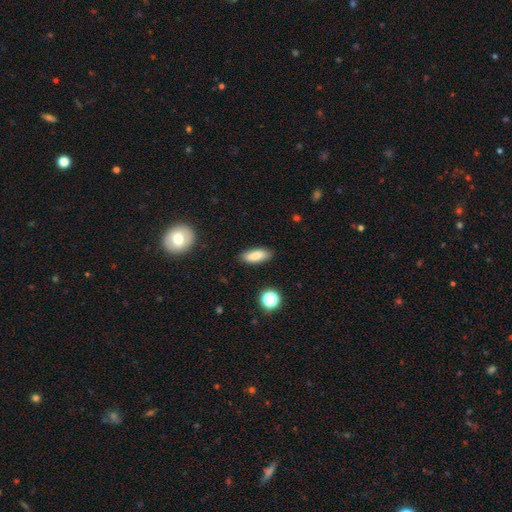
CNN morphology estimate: The model was most divided on "how rounded": in between: 72%, cigar-shaped: 25%, round: 3%. More confident: merging — none (86%); smooth or featured — smooth (83%).